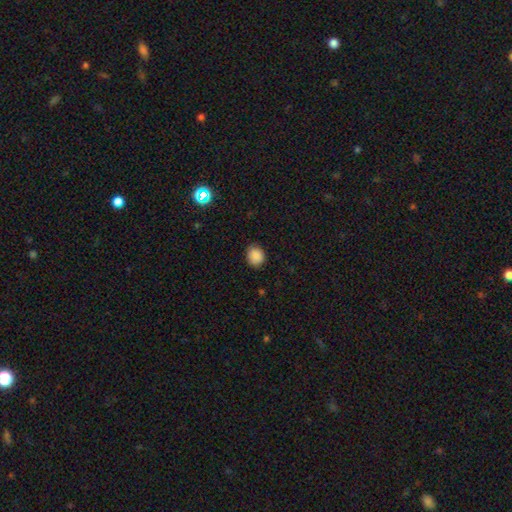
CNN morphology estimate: Smooth or featured?
  - smooth: 88% *
  - star or artifact: 9%
  - featured or disk: 3%
How rounded?
  - round: 67% *
  - in between: 32%
  - cigar-shaped: 1%
Merging?
  - none: 83% *
  - minor disturbance: 13%
  - major disturbance: 3%
  - merger: 1%